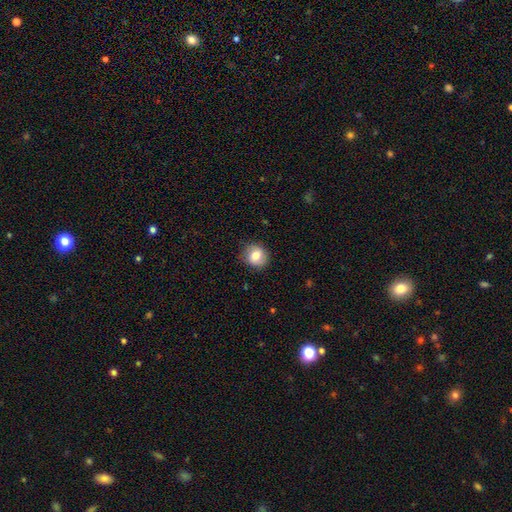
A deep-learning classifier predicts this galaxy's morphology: Smooth or featured: smooth — 76% (featured or disk — 15%)
How rounded: round — 80% (in between — 19%)
Merging: none — 83% (minor disturbance — 13%)